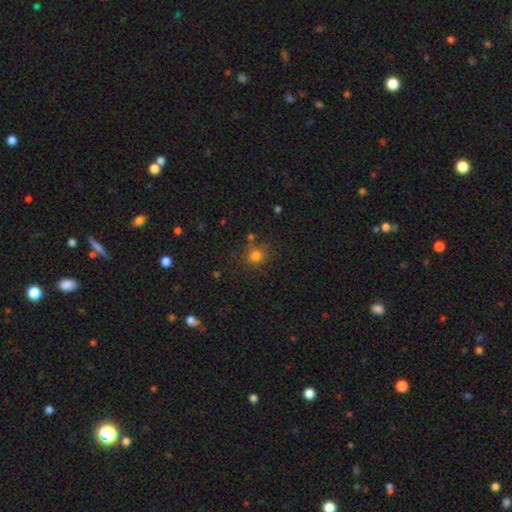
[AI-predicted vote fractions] A smooth galaxy with no disk features (79%) that is round (84%). Merging: none (77%).